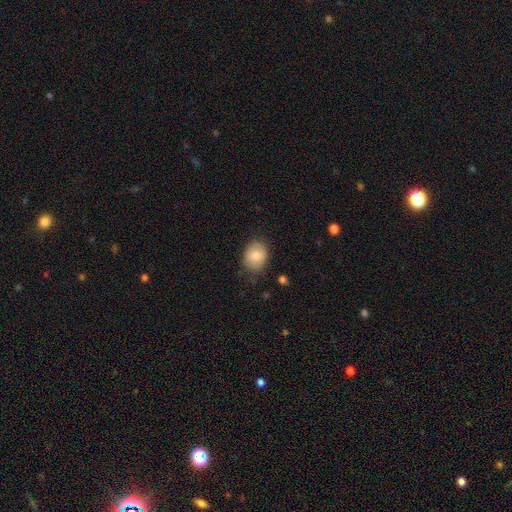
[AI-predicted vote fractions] A smooth galaxy with no disk features (81%) that is in between round and cigar-shaped (55%). Merging: none (77%).